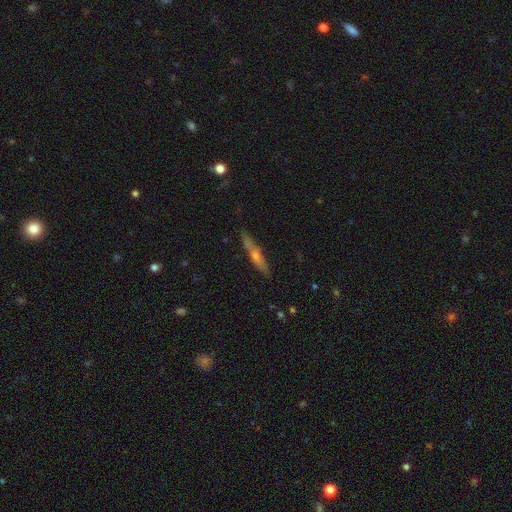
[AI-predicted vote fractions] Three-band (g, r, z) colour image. It shows a featured or disk galaxy (57%) viewed edge-on (90%) with a rounded central bulge (79%). Merging: none (84%).